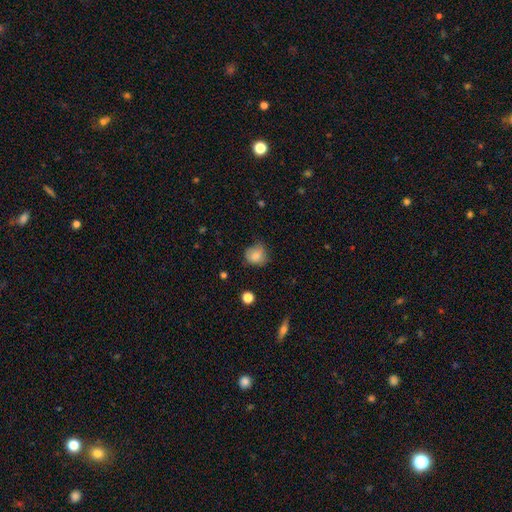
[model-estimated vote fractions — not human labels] Smooth or featured? Predicted: smooth (p=0.80). How rounded? Predicted: round (p=0.73). Merging? Predicted: none (p=0.63).